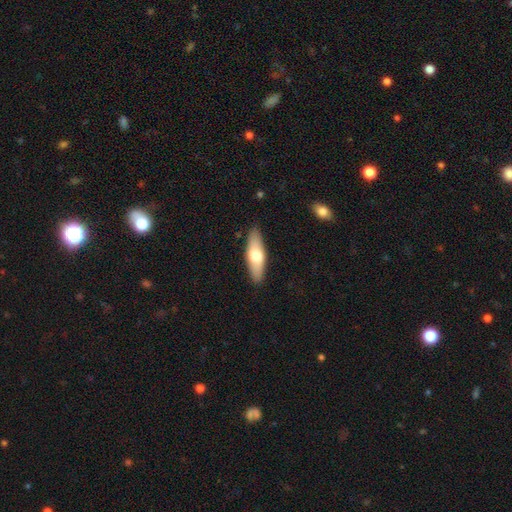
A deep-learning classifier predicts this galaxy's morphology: Smooth or featured: smooth — 62% (featured or disk — 32%)
How rounded: in between — 53% (cigar-shaped — 45%)
Merging: none — 88% (minor disturbance — 9%)